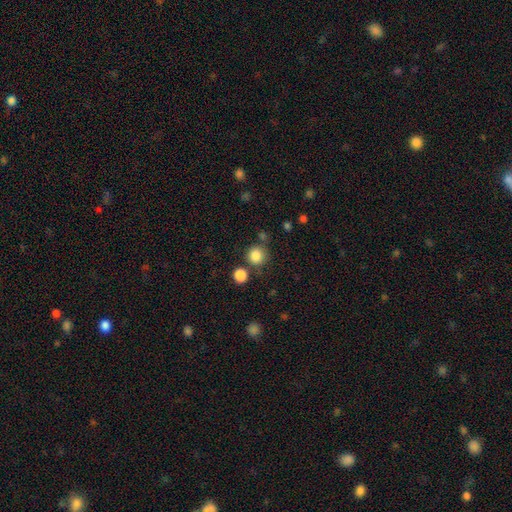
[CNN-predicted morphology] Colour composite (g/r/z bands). It shows a smooth galaxy with no disk features (85%) that is round (91%). Merging: none (75%).